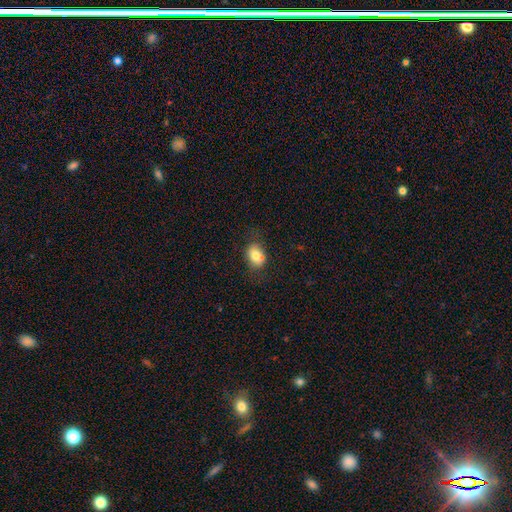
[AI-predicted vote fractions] Smooth or featured? Predicted: smooth (p=0.75). How rounded? Predicted: in between (p=0.68). Merging? Predicted: none (p=0.63).